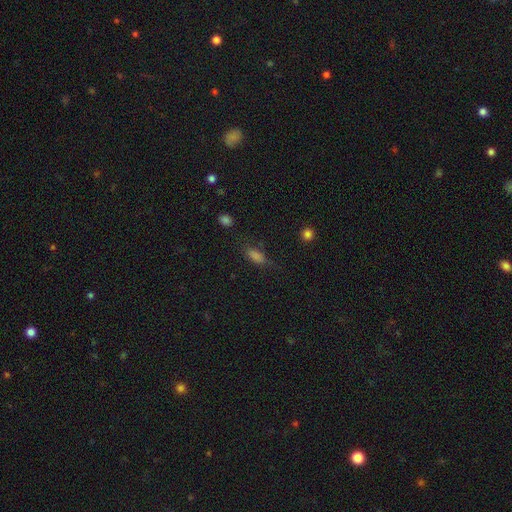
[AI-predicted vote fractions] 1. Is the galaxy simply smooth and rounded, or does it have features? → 72% smooth, 17% star or artifact, 11% featured or disk.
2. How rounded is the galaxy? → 72% in between, 22% cigar-shaped, 6% round.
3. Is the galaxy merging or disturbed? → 64% none, 23% minor disturbance, 11% major disturbance, 3% merger.